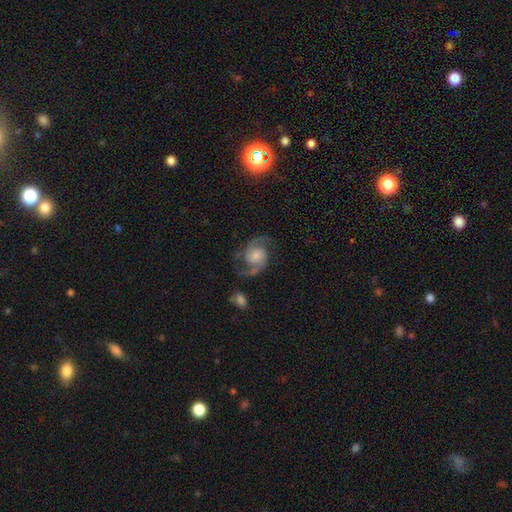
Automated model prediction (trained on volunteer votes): Smooth or featured?
  - featured or disk: 89% *
  - star or artifact: 6%
  - smooth: 5%
Edge-on disk?
  - no: 98% *
  - yes: 2%
Bar?
  - no: 61% *
  - weak: 31%
  - strong: 7%
Spiral arms?
  - yes: 98% *
  - no: 2%
Spiral winding?
  - medium: 59% *
  - loose: 21%
  - tight: 20%
Spiral arm count?
  - 2: 94% *
  - can't tell: 2%
  - 3: 1%
  - 1: 1%
  - 4: 1%
  - more than 4: 1%
Bulge size?
  - moderate: 42% *
  - small: 35%
  - large: 11%
  - none: 10%
  - dominant: 2%
Merging?
  - none: 78% *
  - minor disturbance: 13%
  - major disturbance: 6%
  - merger: 3%